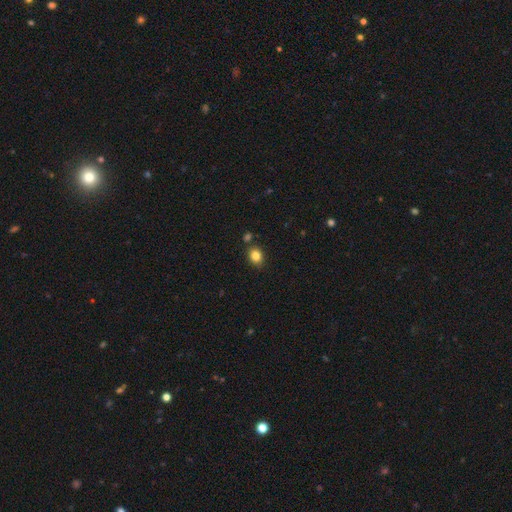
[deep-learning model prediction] smooth-or-featured: smooth: 84% | star or artifact: 11% | featured or disk: 6%
  how-rounded: round: 54% | in between: 45% | cigar-shaped: 1%
  merging: none: 80% | minor disturbance: 11% | merger: 6% | major disturbance: 3%